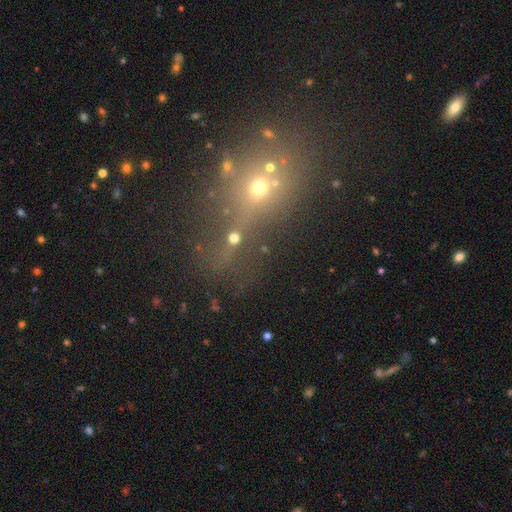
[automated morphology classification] smooth-or-featured: star or artifact: 50% | smooth: 32% | featured or disk: 19%